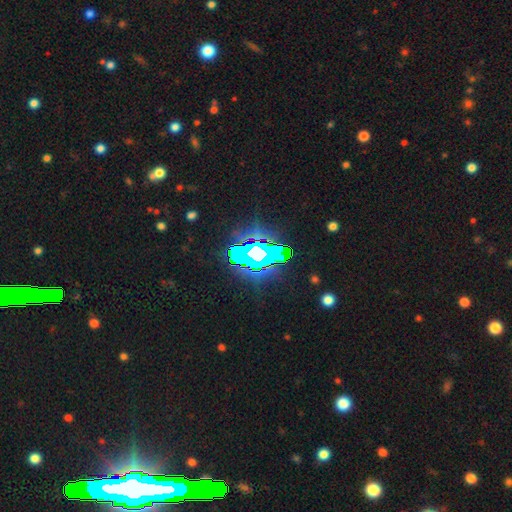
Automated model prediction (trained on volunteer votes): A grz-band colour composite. It shows a star or artifact, not a galaxy (66%).